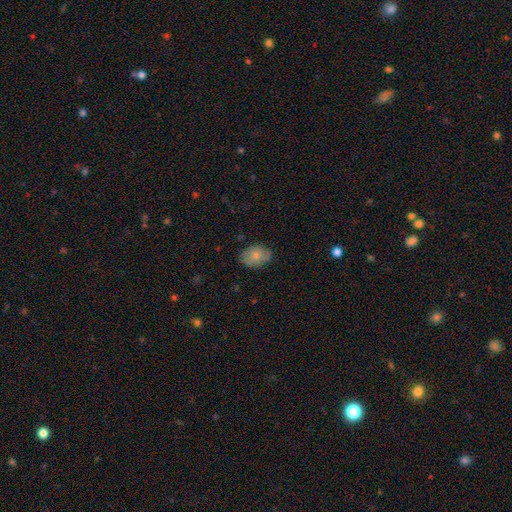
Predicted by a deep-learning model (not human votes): A smooth galaxy with no disk features (76%) that is in between round and cigar-shaped (73%). Merging: none (73%).